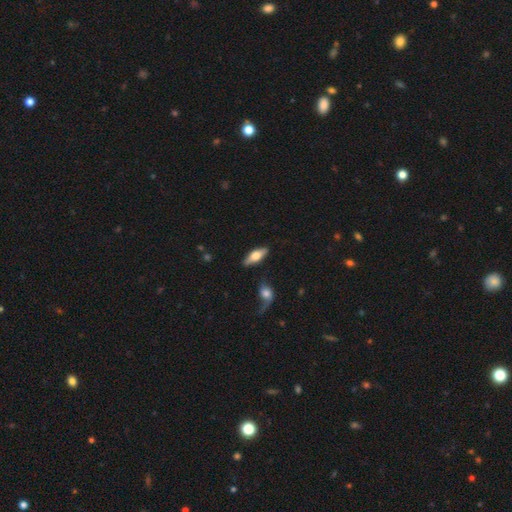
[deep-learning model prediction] This appears to be a smooth galaxy with no disk features (53%) that is in between round and cigar-shaped (67%). Merging: none (81%).